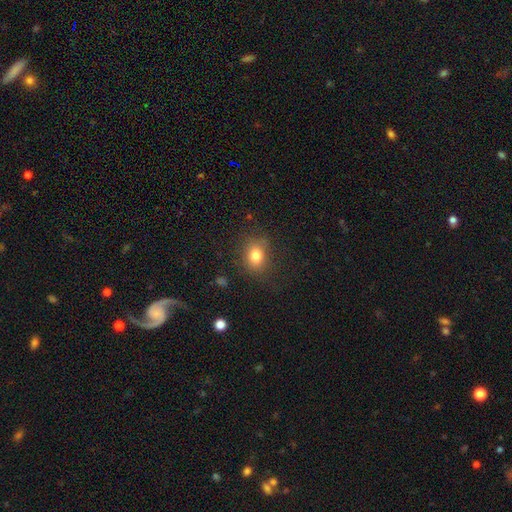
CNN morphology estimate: Overall: smooth (80%). How rounded: round (50%; in between 49%). Merging: none (80%).